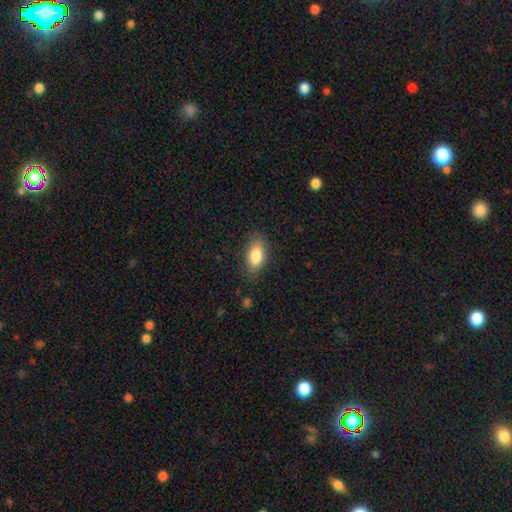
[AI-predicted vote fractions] Smooth or featured?
  - smooth: 82% *
  - featured or disk: 11%
  - star or artifact: 7%
How rounded?
  - in between: 89% *
  - round: 5%
  - cigar-shaped: 5%
Merging?
  - none: 81% *
  - minor disturbance: 14%
  - major disturbance: 4%
  - merger: 1%